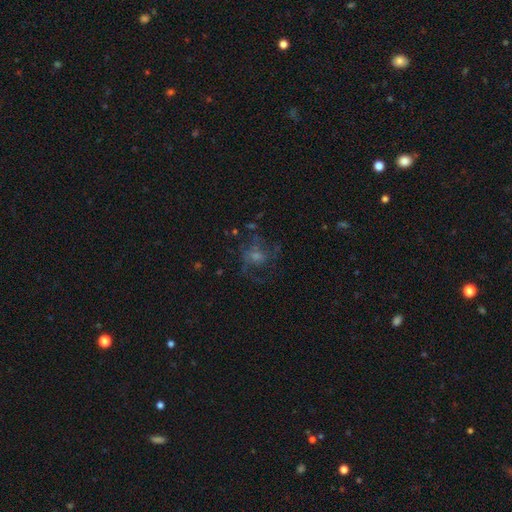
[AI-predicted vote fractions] The model was most divided on "bulge size": moderate: 40%, small: 38%, none: 12%, large: 8%, dominant: 2%. More confident: edge-on disk — no (97%); spiral arms — yes (77%); bar — no (72%); merging — none (61%); smooth or featured — featured or disk (56%).